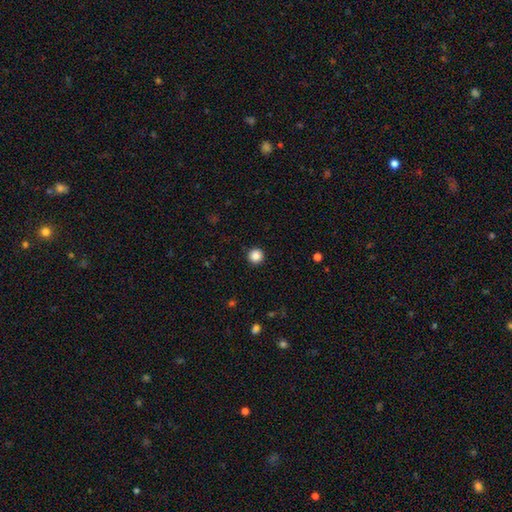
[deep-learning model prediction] Morphology: type=smooth (87%); roundness=round (95%); merging=none (92%).